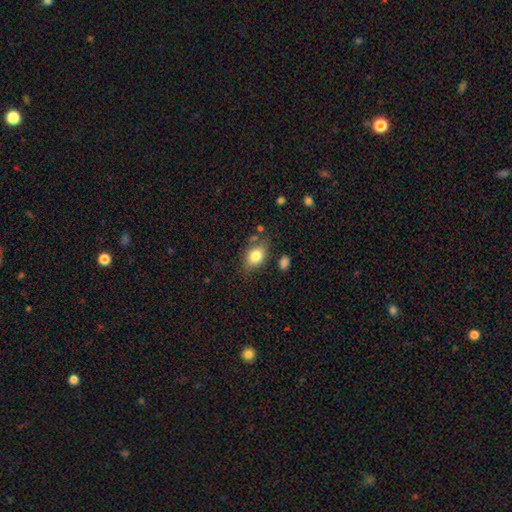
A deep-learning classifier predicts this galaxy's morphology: A smooth galaxy with no disk features (79%) that is in between round and cigar-shaped (79%). Merging: none (66%).